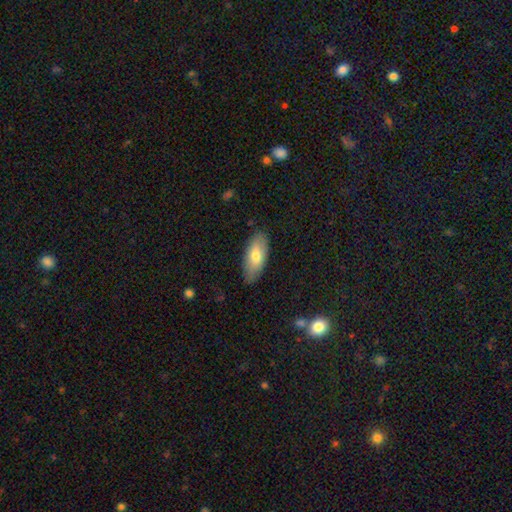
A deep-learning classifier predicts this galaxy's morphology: Q: Smooth or featured?
A: smooth (72%); runner-up: featured or disk (22%)
Q: How rounded?
A: in between (83%); runner-up: cigar-shaped (15%)
Q: Merging?
A: none (84%); runner-up: minor disturbance (12%)